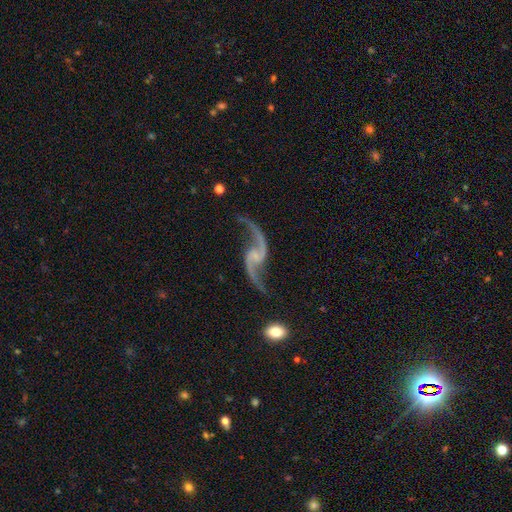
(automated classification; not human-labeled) smooth-or-featured: featured or disk: 93% | star or artifact: 5% | smooth: 3%
  disk-edge-on: no: 98% | yes: 2%
    bar: no: 52% | weak: 36% | strong: 11%
    has-spiral-arms: yes: 98% | no: 2%
      spiral-winding: loose: 89% | medium: 9% | tight: 2%
      spiral-arm-count: 2: 95% | 1: 1% | can't tell: 1% | 3: 1% | 4: 1% | more than 4: 1%
    bulge-size: small: 57% | none: 28% | moderate: 11% | large: 2% | dominant: 1%
  merging: none: 73% | minor disturbance: 15% | major disturbance: 9% | merger: 4%